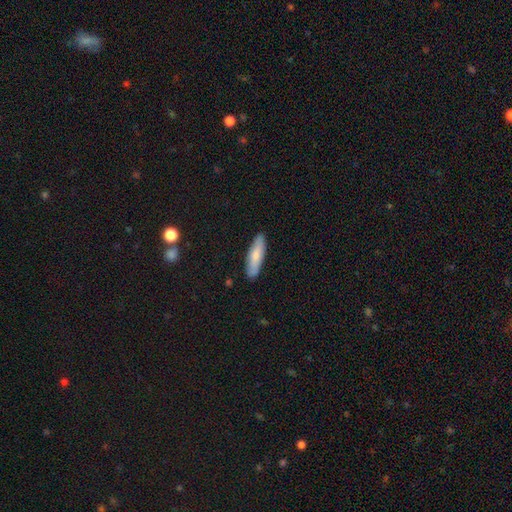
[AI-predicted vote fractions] A smooth galaxy with no disk features (75%) that is cigar-shaped (65%).

Vote fractions:
- Smooth or featured? smooth: 75% / featured or disk: 19% / star or artifact: 6%
- How rounded? cigar-shaped: 65% / in between: 33% / round: 2%
- Merging? none: 87% / minor disturbance: 10% / major disturbance: 2% / merger: 1%